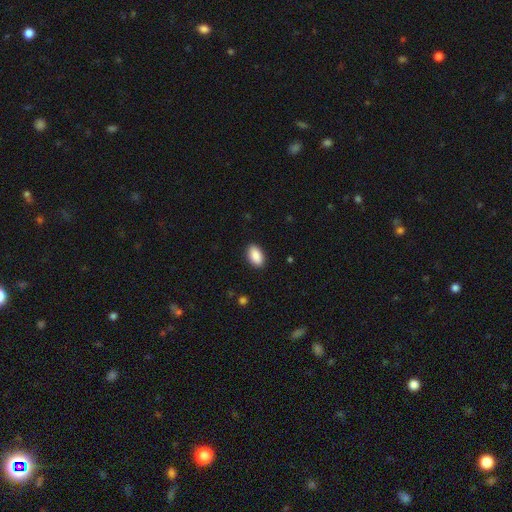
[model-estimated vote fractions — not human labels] Morphology: type=smooth (90%); roundness=in between (94%); merging=none (89%).